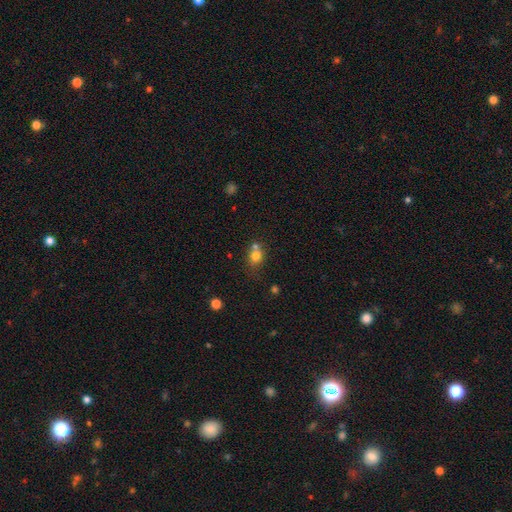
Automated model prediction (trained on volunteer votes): Smooth or featured: smooth — 75% (star or artifact — 13%)
How rounded: round — 65% (in between — 34%)
Merging: none — 47% (merger — 37%)